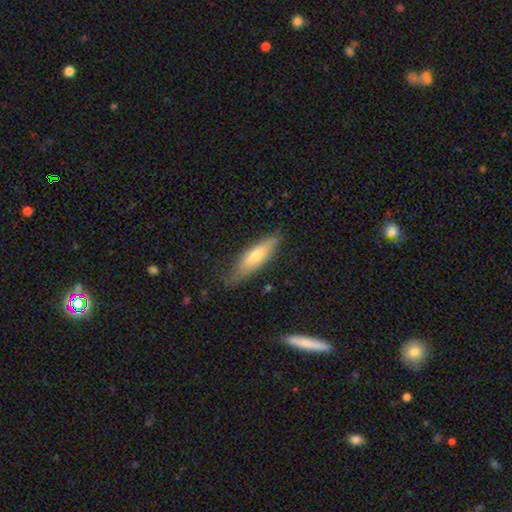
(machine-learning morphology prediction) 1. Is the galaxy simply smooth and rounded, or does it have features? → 64% smooth, 31% featured or disk, 6% star or artifact.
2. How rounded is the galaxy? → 57% cigar-shaped, 41% in between, 2% round.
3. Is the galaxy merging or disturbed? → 64% none, 28% minor disturbance, 7% major disturbance, 2% merger.